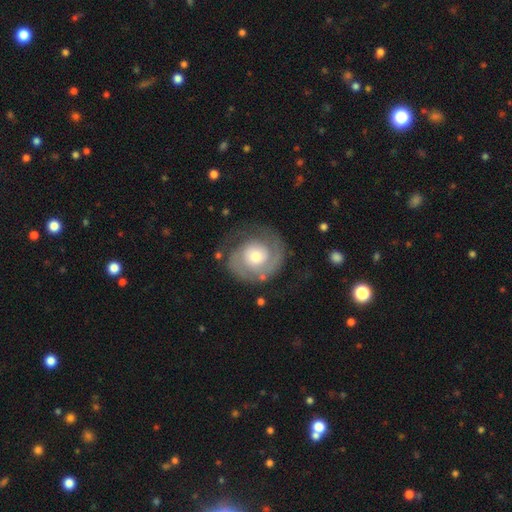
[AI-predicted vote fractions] smooth_or_featured: featured or disk (p=0.81) [alt: smooth p=0.14]
disk_edge_on: no (p=0.98) [alt: yes p=0.02]
bar: no (p=0.76) [alt: weak p=0.20]
has_spiral_arms: yes (p=0.93) [alt: no p=0.07]
spiral_winding: tight (p=0.65) [alt: medium p=0.26]
spiral_arm_count: 2 (p=0.50) [alt: 1 p=0.31]
bulge_size: moderate (p=0.58) [alt: small p=0.30]
merging: none (p=0.71) [alt: minor disturbance p=0.15]